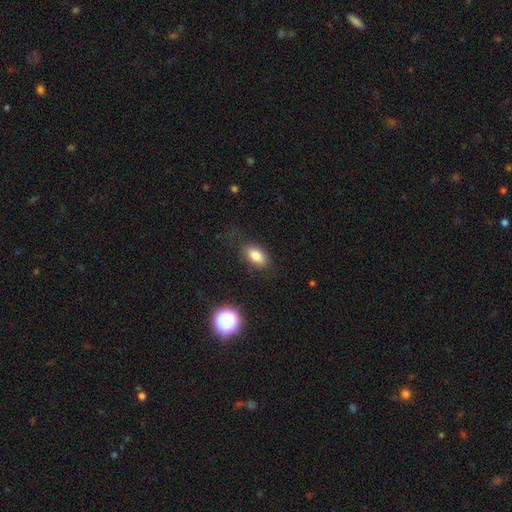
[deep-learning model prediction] This appears to be a smooth galaxy with no disk features (81%) that is in between round and cigar-shaped (88%). Merging: none (79%).